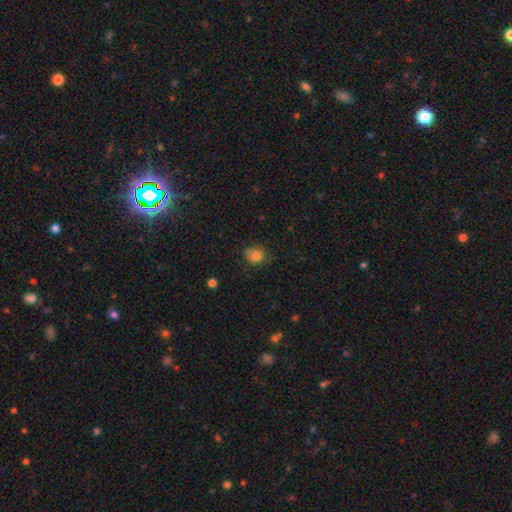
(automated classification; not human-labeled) smooth 81%, star or artifact 11%, featured or disk 8%. Down the decision tree: how rounded — round (66%); merging — none (63%).